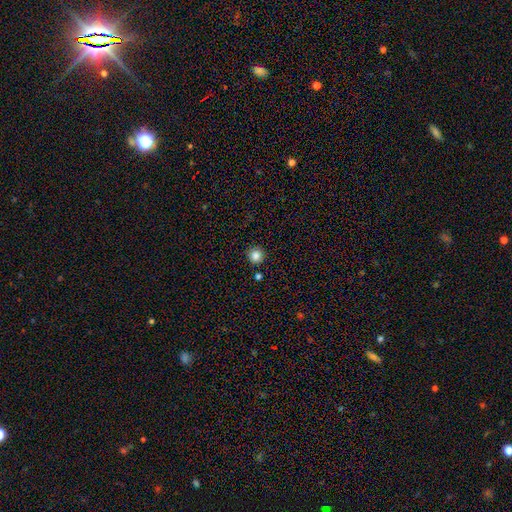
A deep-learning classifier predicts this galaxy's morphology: A smooth galaxy with no disk features (84%) that is round (96%). Merging: none (90%).